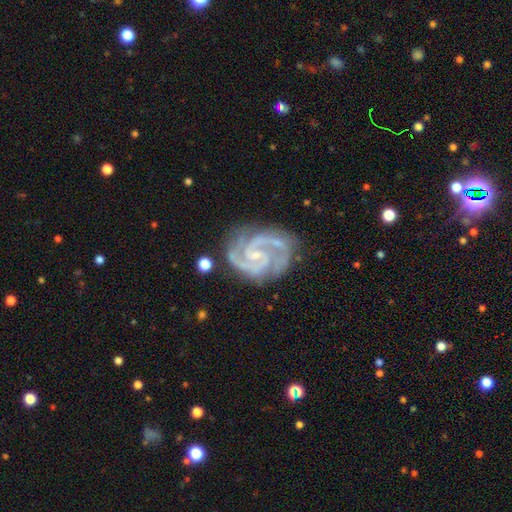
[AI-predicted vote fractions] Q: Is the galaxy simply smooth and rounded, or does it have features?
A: featured or disk — 94%.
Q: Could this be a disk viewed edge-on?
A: no — 98%.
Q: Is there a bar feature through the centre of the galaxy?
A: no — 48%.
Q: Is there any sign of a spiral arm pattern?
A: yes — 99%.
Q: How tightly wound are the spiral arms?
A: tight — 51%.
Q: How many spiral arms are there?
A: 2 — 65%.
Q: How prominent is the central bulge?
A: small — 79%.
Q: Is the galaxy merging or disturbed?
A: none — 73%.